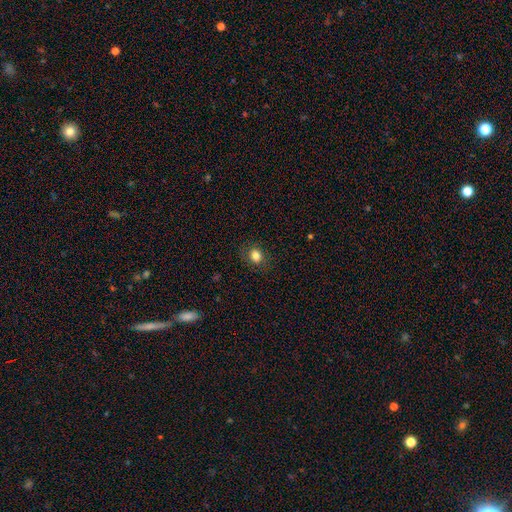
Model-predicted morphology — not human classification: A smooth galaxy with no disk features (81%) that is round (56%). Merging: none (84%).